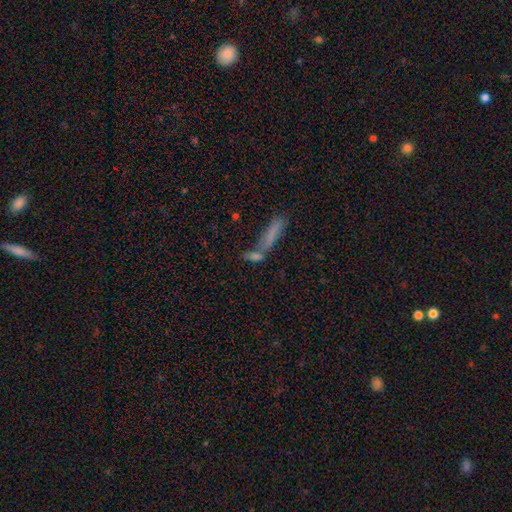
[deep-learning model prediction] This appears to be a smooth galaxy with no disk features (52%) that is cigar-shaped (74%). Merging: none (51%).